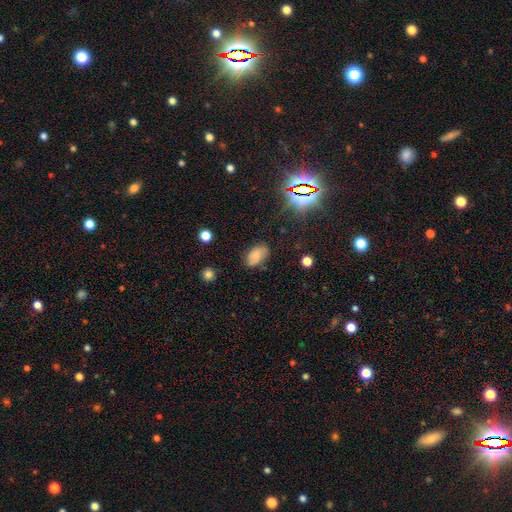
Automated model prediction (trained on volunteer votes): smooth-or-featured: smooth: 69% | featured or disk: 18% | star or artifact: 13%
  how-rounded: in between: 91% | round: 7% | cigar-shaped: 2%
  merging: none: 72% | minor disturbance: 21% | major disturbance: 5% | merger: 2%